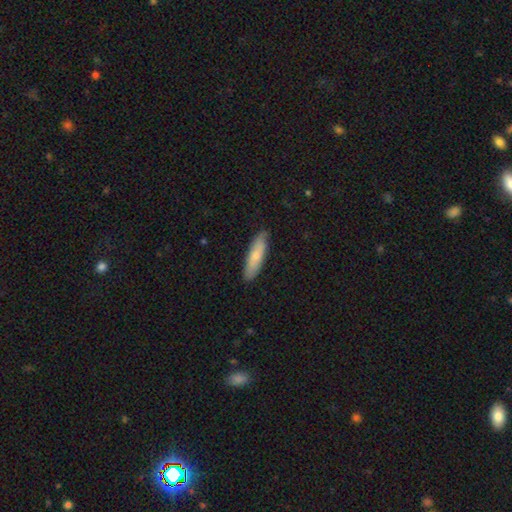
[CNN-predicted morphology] Smooth or featured?
  - smooth: 72% *
  - featured or disk: 22%
  - star or artifact: 5%
How rounded?
  - cigar-shaped: 68% *
  - in between: 30%
  - round: 2%
Merging?
  - none: 87% *
  - minor disturbance: 11%
  - major disturbance: 2%
  - merger: 1%